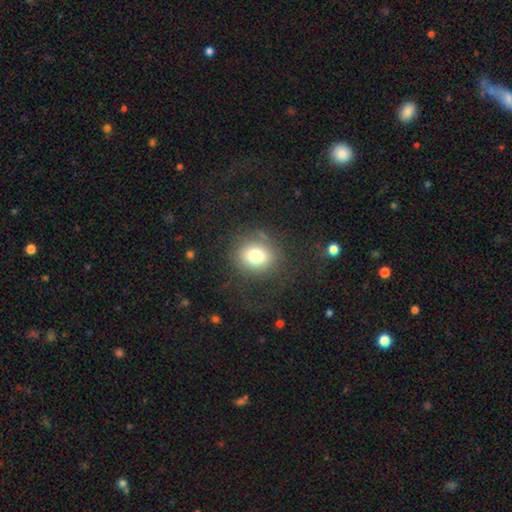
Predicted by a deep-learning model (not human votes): This appears to be a smooth galaxy with no disk features (75%) that is round (74%). Merging: none (71%).